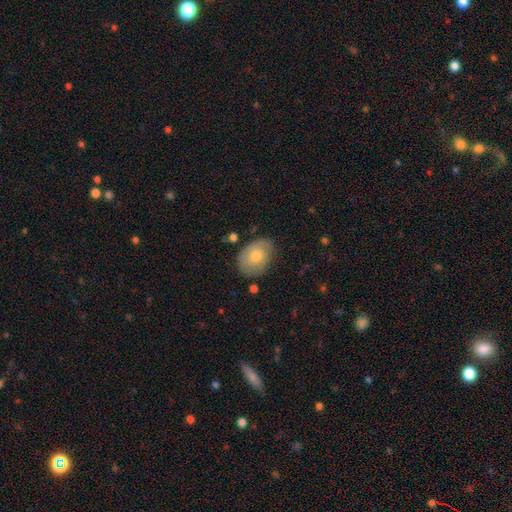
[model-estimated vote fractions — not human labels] Overall: smooth (70%). How rounded: in between (76%). Merging: none (70%).